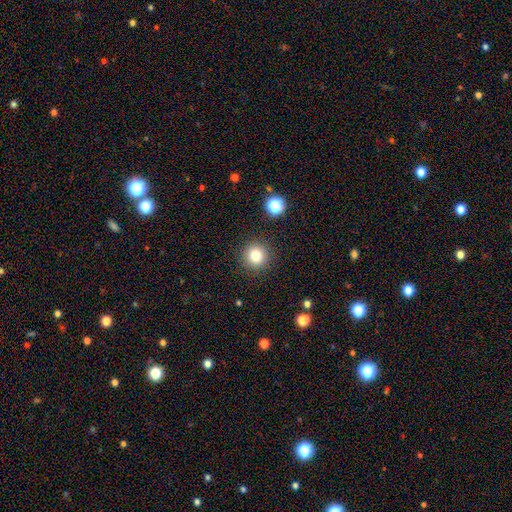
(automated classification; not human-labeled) smooth-or-featured: smooth: 81% | star or artifact: 12% | featured or disk: 7%
  how-rounded: round: 94% | in between: 5% | cigar-shaped: 1%
  merging: none: 90% | minor disturbance: 6% | major disturbance: 2% | merger: 2%